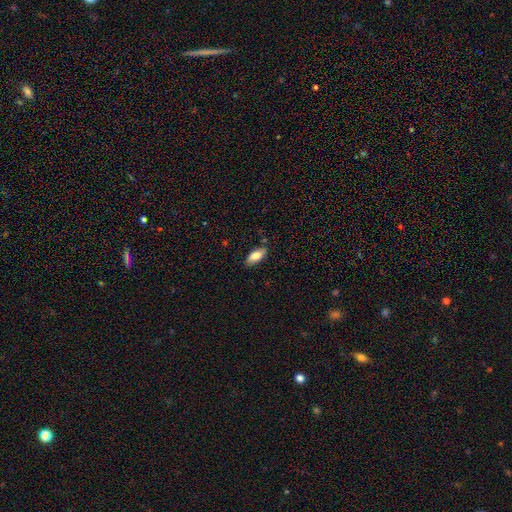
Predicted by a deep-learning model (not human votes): A smooth galaxy with no disk features (84%) that is in between round and cigar-shaped (86%).

Vote fractions:
- Smooth or featured? smooth: 84% / featured or disk: 10% / star or artifact: 7%
- How rounded? in between: 86% / cigar-shaped: 11% / round: 2%
- Merging? none: 81% / minor disturbance: 14% / major disturbance: 3% / merger: 2%